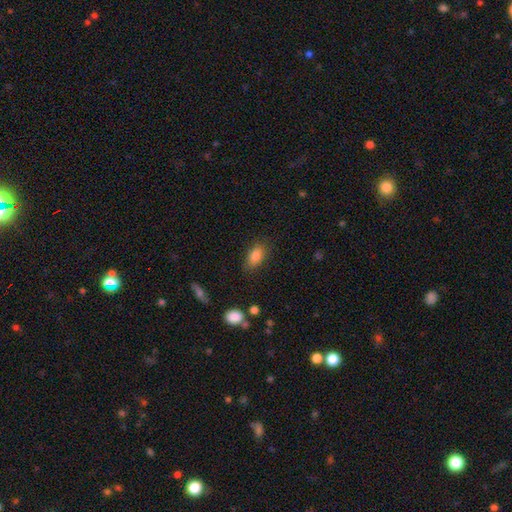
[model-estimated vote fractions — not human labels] This is clearly a smooth galaxy (84%). How rounded: clearly in between (86%). Merging: clearly none (80%).